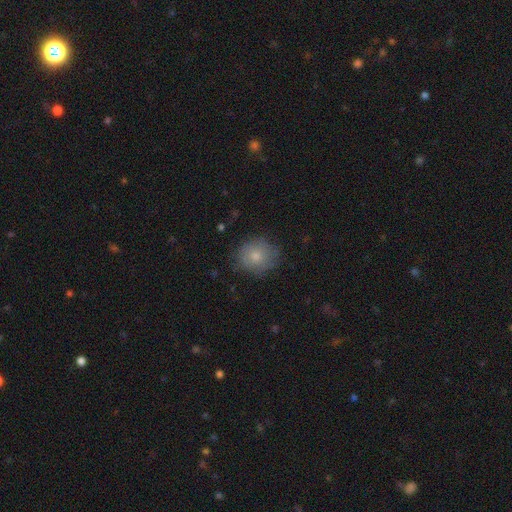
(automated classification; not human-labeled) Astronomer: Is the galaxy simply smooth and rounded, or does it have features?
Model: smooth — 77%.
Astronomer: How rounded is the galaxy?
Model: round — 80%.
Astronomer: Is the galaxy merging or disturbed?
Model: none — 74%.